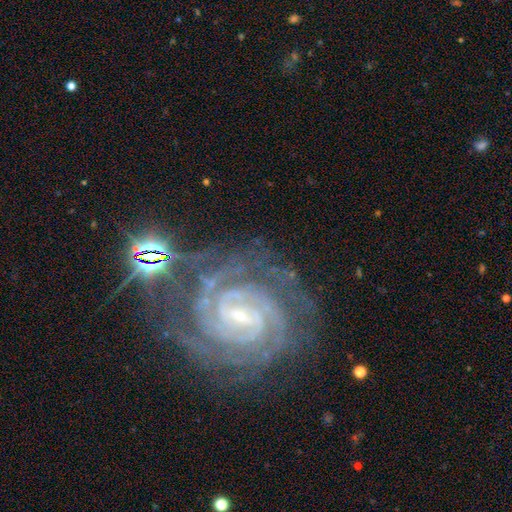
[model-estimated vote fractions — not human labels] Overall: featured or disk (90%). Edge-on disk: no (98%). Bar: weak (46%; strong 38%). Spiral arms: yes (99%). Spiral arm count: 2 (40%; 3 20%). Spiral winding: tight (79%). Bulge size: small (77%). Merging: none (71%).